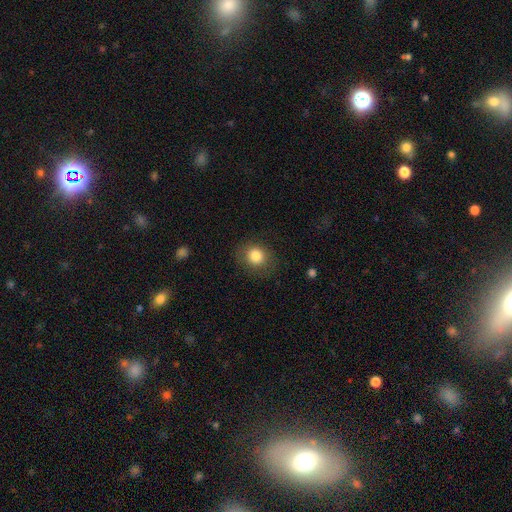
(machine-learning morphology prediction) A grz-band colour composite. It shows a smooth galaxy with no disk features (84%) that is round (73%). Merging: none (83%).